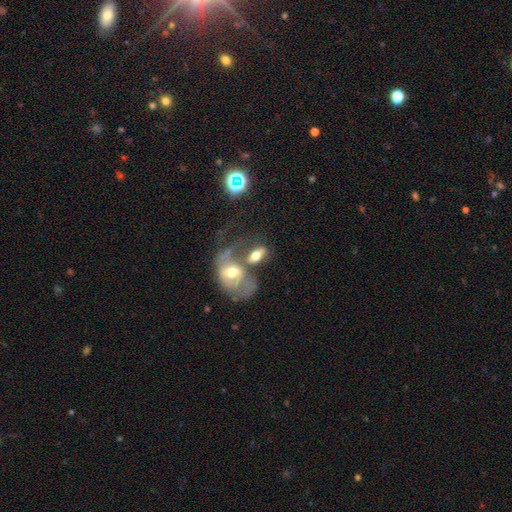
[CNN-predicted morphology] smooth-or-featured: smooth: 49% | featured or disk: 42% | star or artifact: 9%
  merging: merger: 53% | none: 20% | major disturbance: 16% | minor disturbance: 11%